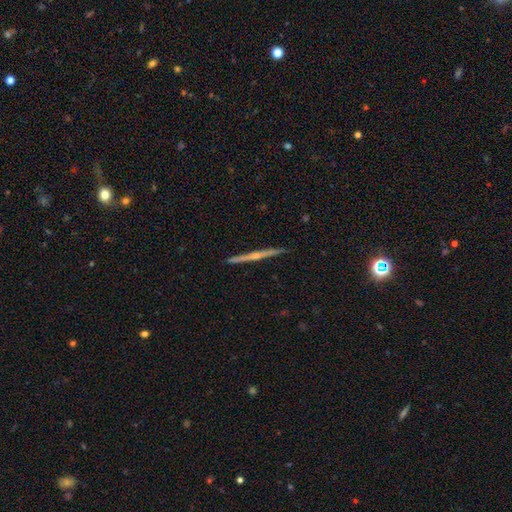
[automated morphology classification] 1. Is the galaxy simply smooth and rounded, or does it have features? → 75% featured or disk, 19% smooth, 6% star or artifact.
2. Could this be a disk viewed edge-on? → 99% yes, 1% no.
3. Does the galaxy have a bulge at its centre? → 71% rounded, 23% none, 6% boxy.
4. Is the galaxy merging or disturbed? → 92% none, 5% minor disturbance, 1% major disturbance, 1% merger.